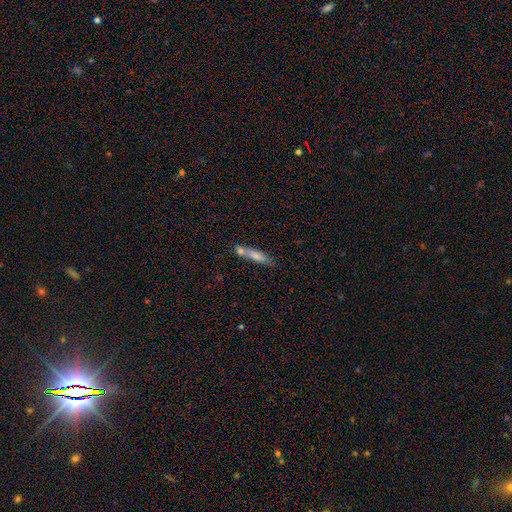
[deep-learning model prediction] Morphology: type=smooth (69%); roundness=cigar-shaped (79%); merging=none (45%).